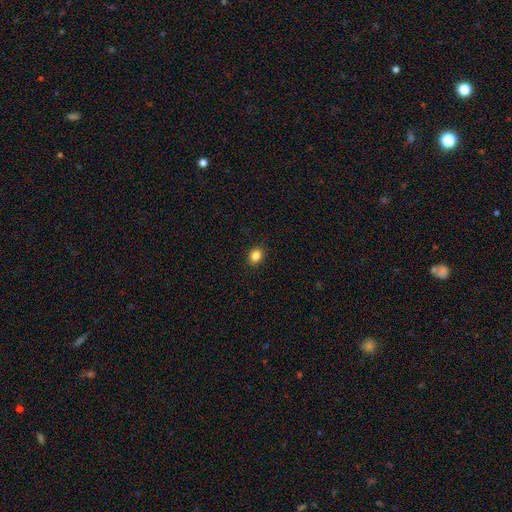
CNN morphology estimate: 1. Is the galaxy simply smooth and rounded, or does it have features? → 85% smooth, 11% star or artifact, 4% featured or disk.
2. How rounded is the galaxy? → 55% round, 44% in between, 1% cigar-shaped.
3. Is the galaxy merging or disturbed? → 90% none, 7% minor disturbance, 2% major disturbance, 1% merger.